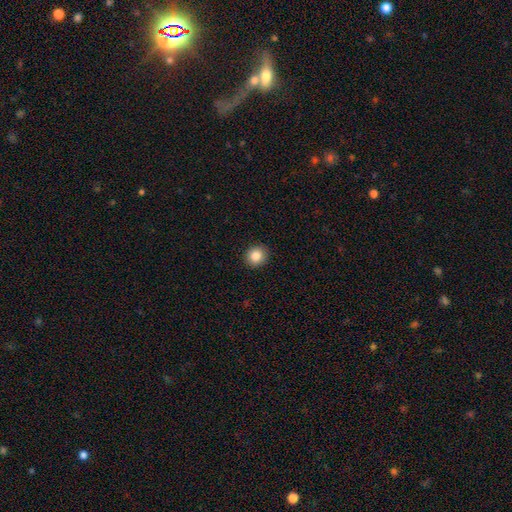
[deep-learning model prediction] smooth 85%, star or artifact 10%, featured or disk 6%. Down the decision tree: how rounded — round (86%); merging — none (92%).